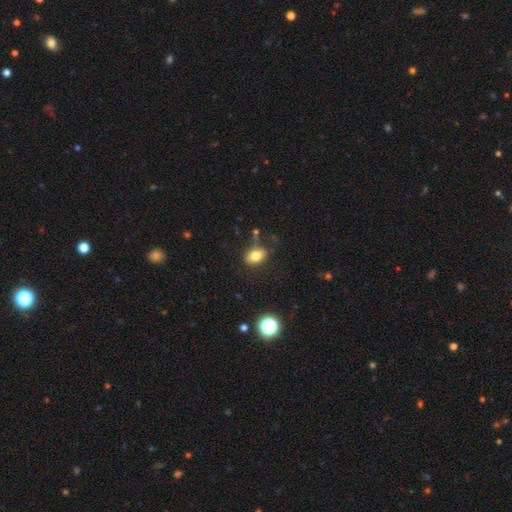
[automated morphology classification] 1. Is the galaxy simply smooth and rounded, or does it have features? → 78% smooth, 11% featured or disk, 11% star or artifact.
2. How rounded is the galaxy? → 82% in between, 16% round, 2% cigar-shaped.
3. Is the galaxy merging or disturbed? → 64% none, 21% minor disturbance, 8% major disturbance, 7% merger.